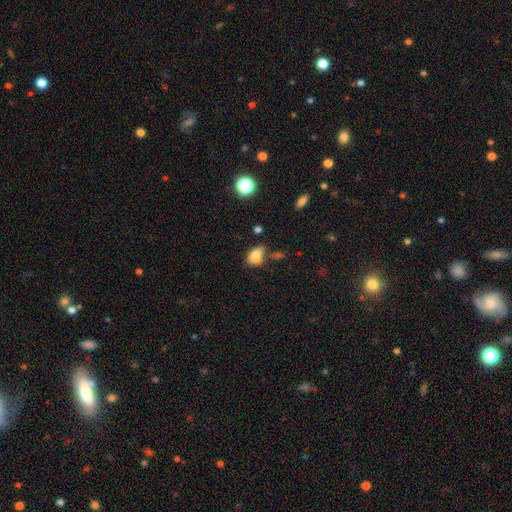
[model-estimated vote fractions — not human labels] Smooth or featured? smooth (78%)
How rounded? in between (82%)
Merging? none (45%)